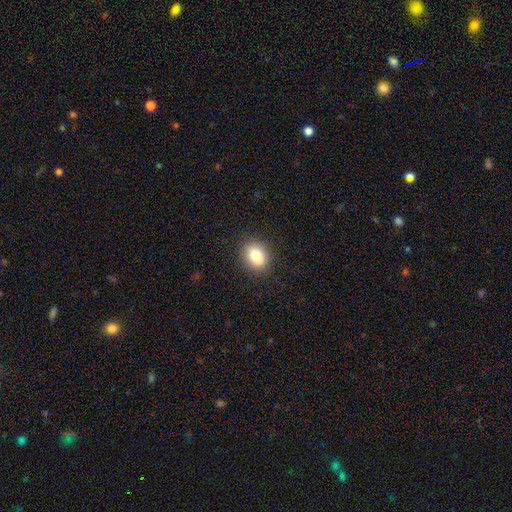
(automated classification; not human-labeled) Overall: smooth (75%). How rounded: in between (51%; round 47%). Merging: none (65%).